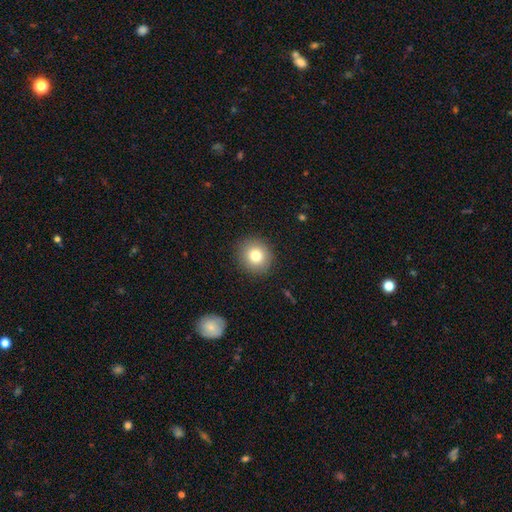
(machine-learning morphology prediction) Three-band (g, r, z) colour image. It shows a smooth galaxy with no disk features (80%) that is round (88%). Merging: none (90%).